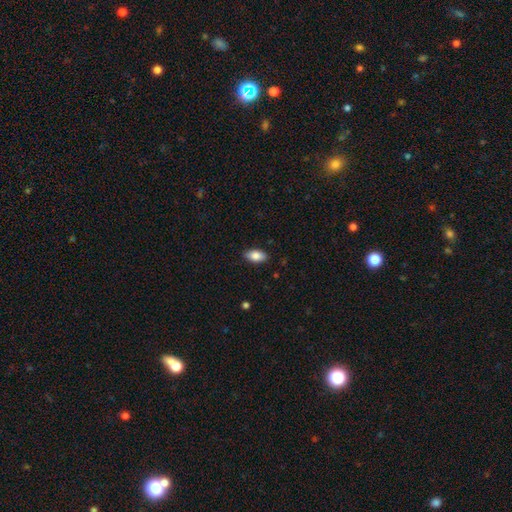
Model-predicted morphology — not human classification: smooth-or-featured: smooth: 85% | featured or disk: 8% | star or artifact: 7%
  how-rounded: in between: 93% | cigar-shaped: 4% | round: 3%
  merging: none: 88% | minor disturbance: 9% | major disturbance: 2% | merger: 1%